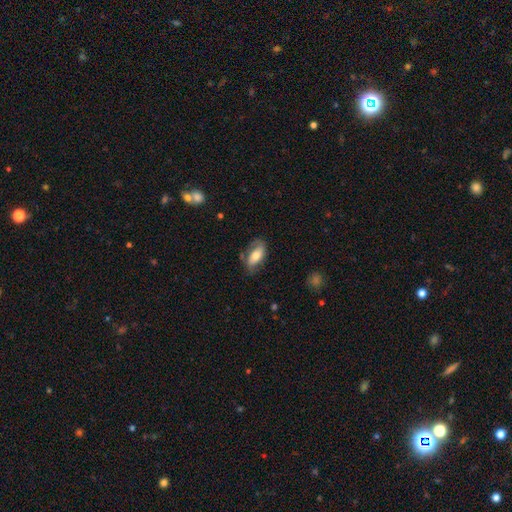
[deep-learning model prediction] Smooth or featured? Predicted: smooth (p=0.56). How rounded? Predicted: in between (p=0.88). Merging? Predicted: none (p=0.62).